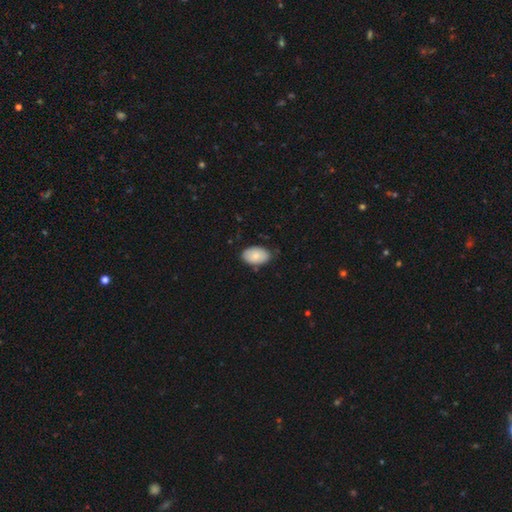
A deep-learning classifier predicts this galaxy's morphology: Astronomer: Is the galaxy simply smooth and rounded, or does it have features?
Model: smooth — 80%.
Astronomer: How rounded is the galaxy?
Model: in between — 91%.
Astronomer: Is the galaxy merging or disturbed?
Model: none — 77%.